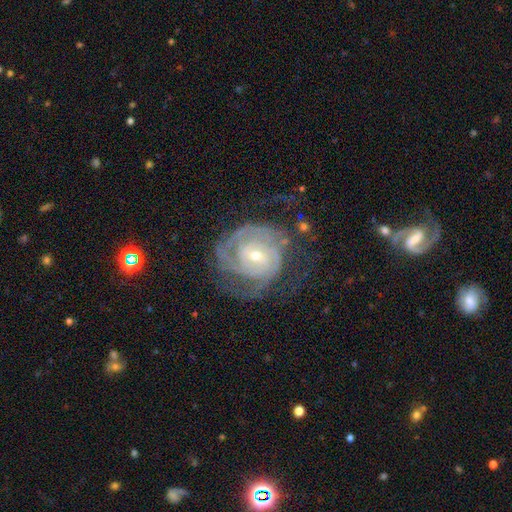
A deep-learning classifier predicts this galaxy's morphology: type=featured or disk (86%); edge-on=no (97%); bar=no (48%); spiral arms=yes (95%); winding=tight (70%); arm count=can't tell (33%); bulge=small (58%); merging=none (55%).